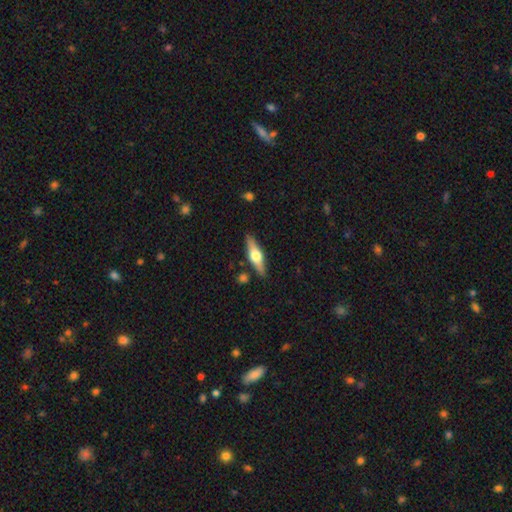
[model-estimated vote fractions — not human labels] Smooth or featured?
  - featured or disk: 59% *
  - smooth: 35%
  - star or artifact: 6%
Edge-on disk?
  - yes: 94% *
  - no: 6%
Edge-on bulge?
  - rounded: 95% *
  - boxy: 3%
  - none: 2%
Merging?
  - none: 86% *
  - minor disturbance: 9%
  - merger: 3%
  - major disturbance: 2%